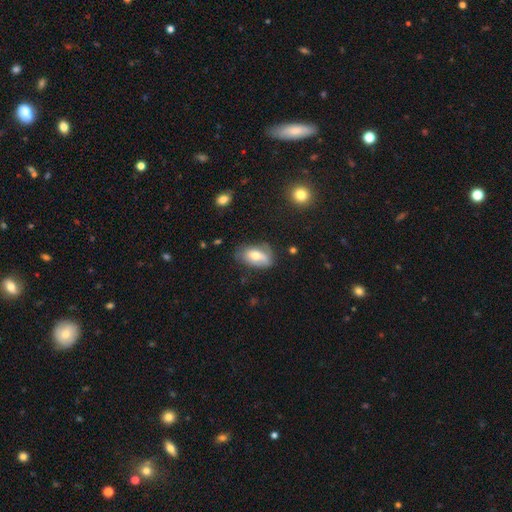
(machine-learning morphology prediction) Smooth or featured? Predicted: smooth (p=0.58). How rounded? Predicted: in between (p=0.90). Merging? Predicted: none (p=0.54).